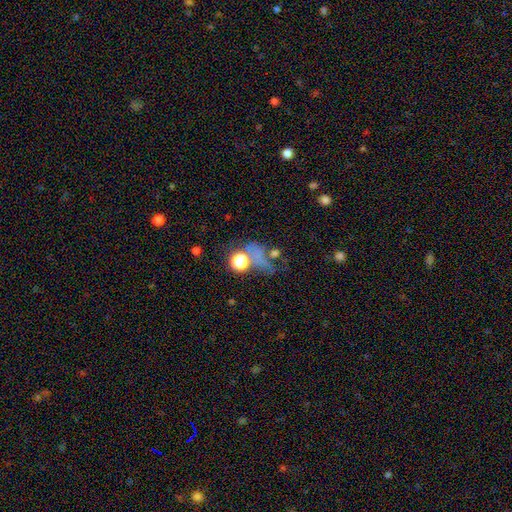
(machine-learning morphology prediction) The model was most divided on "merging": none: 34%, major disturbance: 32%, merger: 19%, minor disturbance: 14%. Remaining: smooth or featured — smooth (46%).